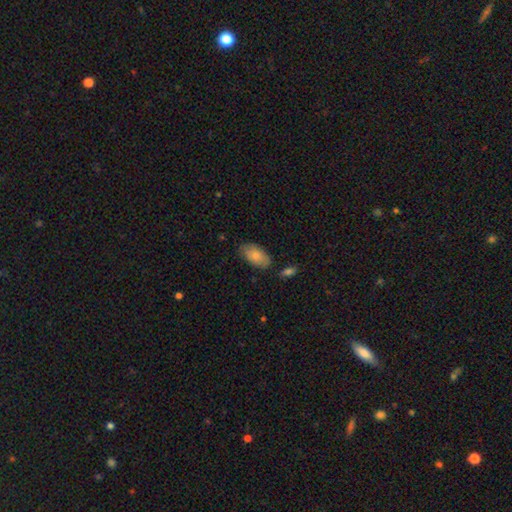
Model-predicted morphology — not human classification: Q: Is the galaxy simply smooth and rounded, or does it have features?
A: smooth — 81%.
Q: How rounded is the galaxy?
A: in between — 94%.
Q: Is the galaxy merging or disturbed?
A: none — 79%.